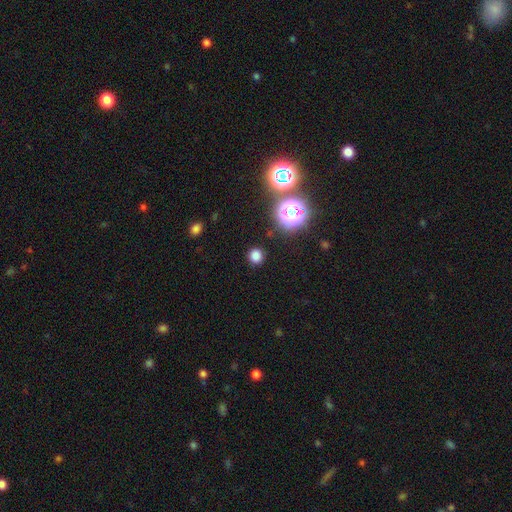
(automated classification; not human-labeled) smooth 75%, star or artifact 20%, featured or disk 5%. Down the decision tree: how rounded — round (89%); merging — none (88%).